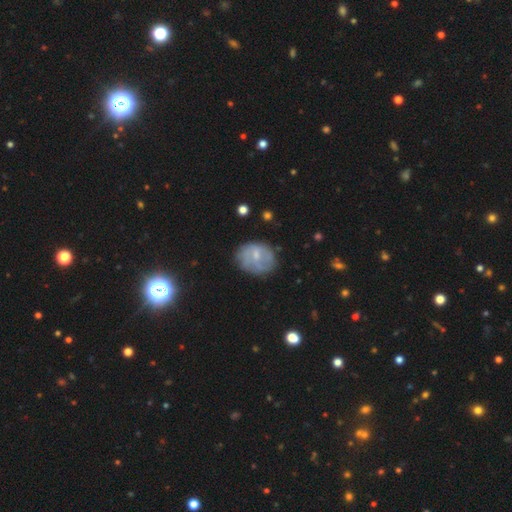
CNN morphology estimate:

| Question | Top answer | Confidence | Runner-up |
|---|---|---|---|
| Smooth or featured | featured or disk | 47% | smooth (45%) |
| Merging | none | 62% | minor disturbance (23%) |